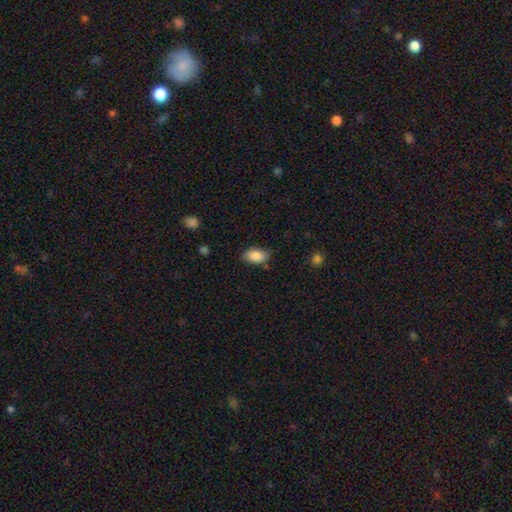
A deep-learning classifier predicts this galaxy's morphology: This is clearly a smooth galaxy (86%). How rounded: clearly in between (92%). Merging: likely none (79%).